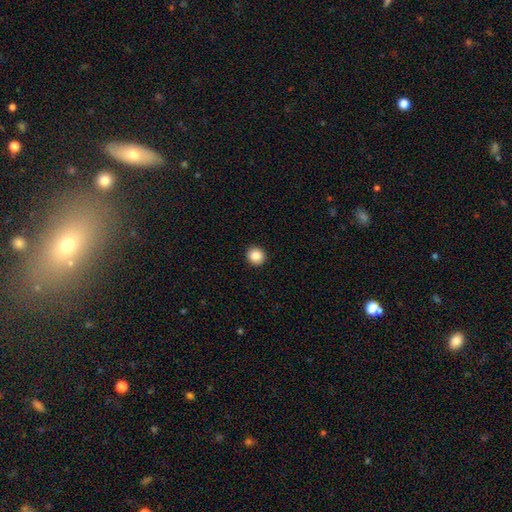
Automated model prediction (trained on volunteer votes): smooth_or_featured: smooth (p=0.85) [alt: star or artifact p=0.10]
how_rounded: round (p=0.91) [alt: in between p=0.08]
merging: none (p=0.93) [alt: minor disturbance p=0.04]